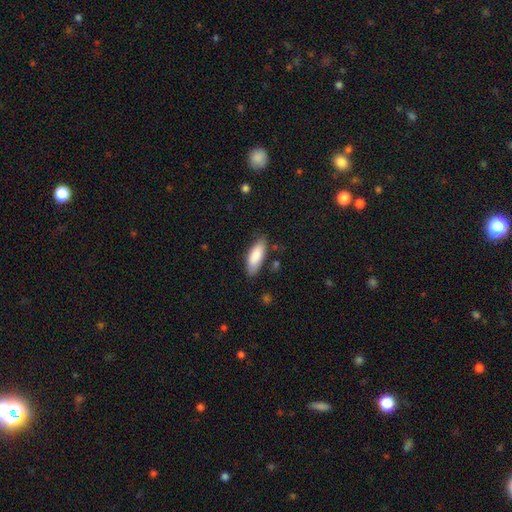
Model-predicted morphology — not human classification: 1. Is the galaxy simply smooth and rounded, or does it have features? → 85% smooth, 10% featured or disk, 6% star or artifact.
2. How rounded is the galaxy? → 68% in between, 31% cigar-shaped, 2% round.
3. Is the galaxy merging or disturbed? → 80% none, 15% minor disturbance, 3% major disturbance, 2% merger.